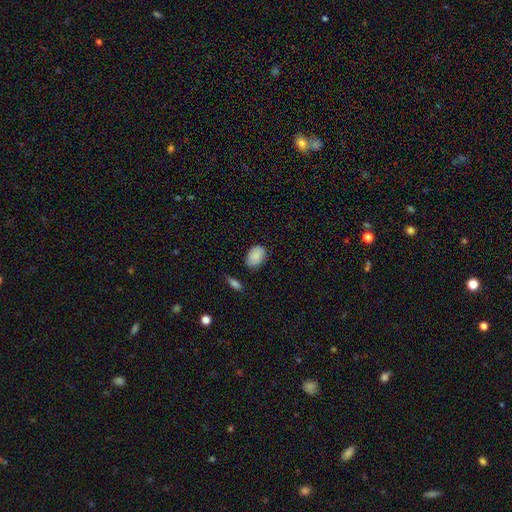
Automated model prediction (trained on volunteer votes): The model was most divided on "merging": none: 79%, minor disturbance: 16%, major disturbance: 3%, merger: 3%. More confident: smooth or featured — smooth (87%); how rounded — in between (81%).